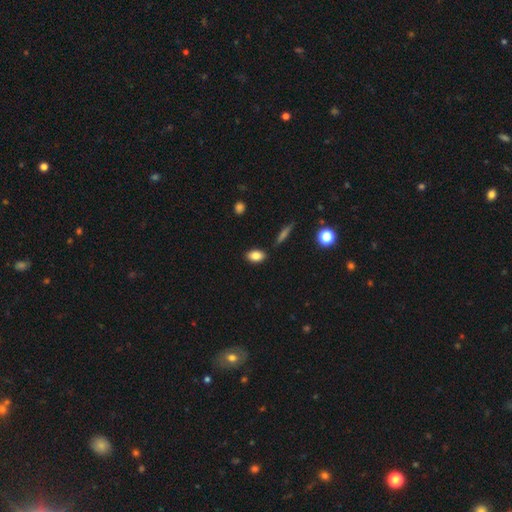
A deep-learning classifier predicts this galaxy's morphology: Overall: smooth (84%). How rounded: in between (86%). Merging: none (84%).